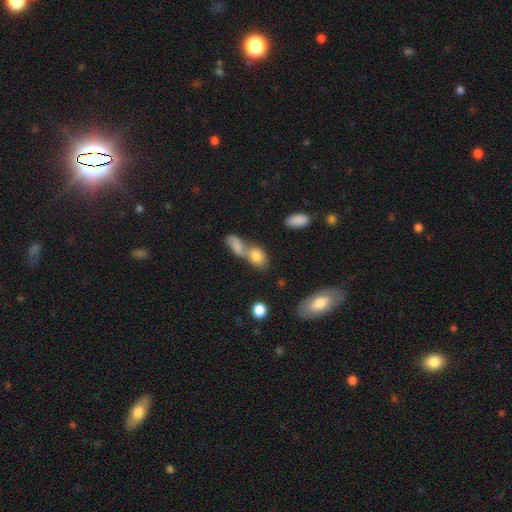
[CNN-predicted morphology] Smooth or featured? Predicted: smooth (p=0.78). How rounded? Predicted: in between (p=0.78). Merging? Predicted: merger (p=0.62).